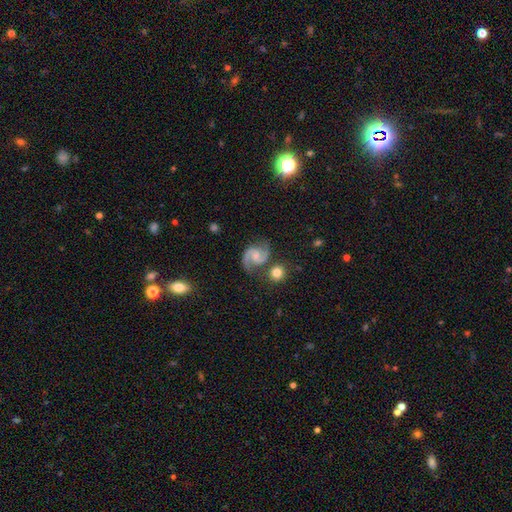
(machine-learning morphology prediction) Smooth or featured? featured or disk (89%)
Edge-on disk? no (98%)
Bar? no (48%)
Spiral arms? yes (98%)
Spiral winding? medium (61%)
Spiral arm count? 2 (94%)
Bulge size? small (41%)
Merging? none (74%)